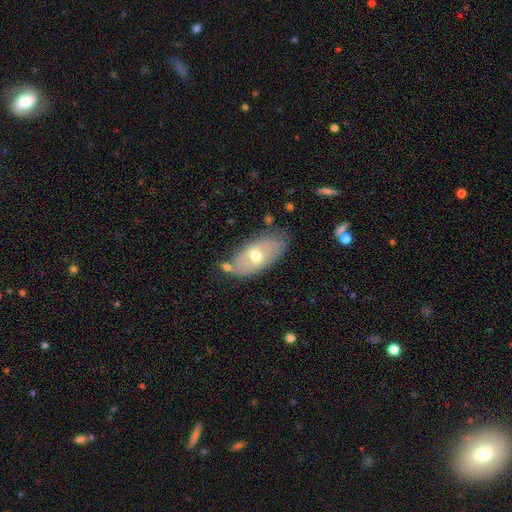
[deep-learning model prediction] This is possibly a smooth galaxy (51%). How rounded: clearly in between (90%). Merging: likely none (68%).